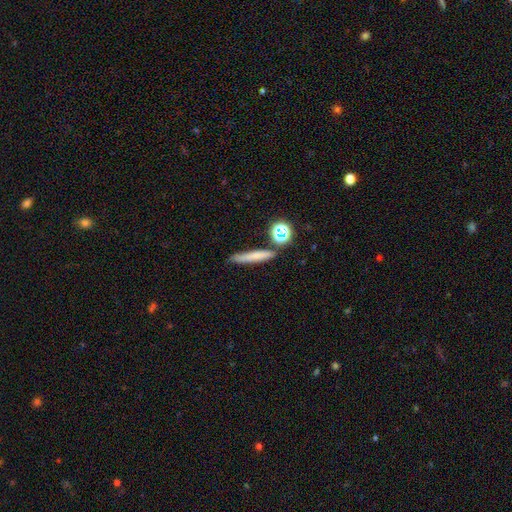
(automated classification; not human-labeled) Morphology: type=smooth (68%); roundness=cigar-shaped (85%); merging=none (77%).